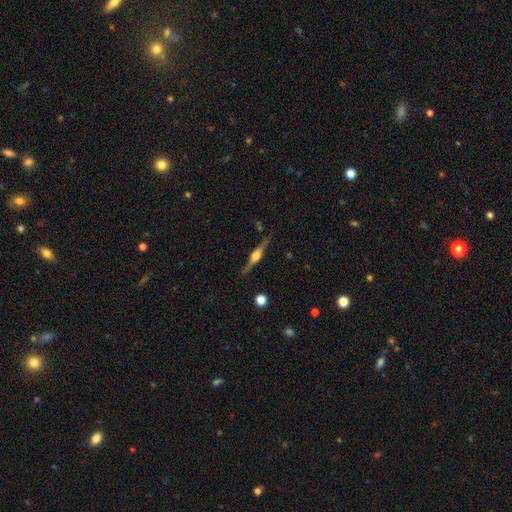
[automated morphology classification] This is likely a featured or disk galaxy (79%). It is clearly viewed edge-on (97%). Edge-on bulge: clearly rounded (85%). Merging: clearly none (83%).